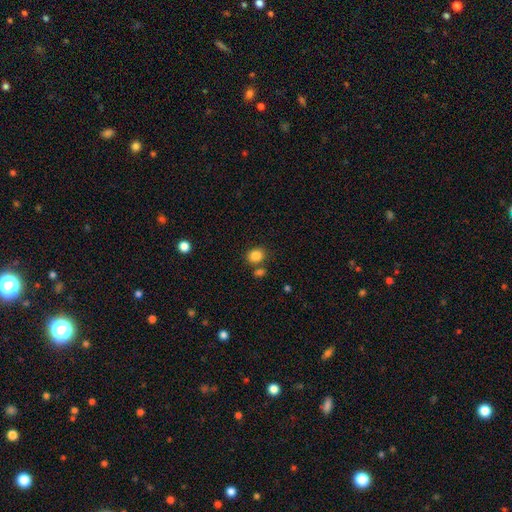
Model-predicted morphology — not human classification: Q: Smooth or featured?
A: smooth (84%); runner-up: star or artifact (11%)
Q: How rounded?
A: round (59%); runner-up: in between (40%)
Q: Merging?
A: none (72%); runner-up: merger (13%)